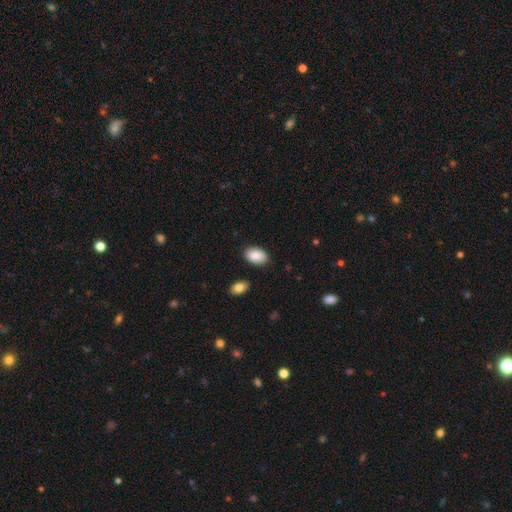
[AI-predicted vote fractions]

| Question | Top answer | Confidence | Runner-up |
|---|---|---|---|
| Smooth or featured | smooth | 87% | star or artifact (7%) |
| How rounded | in between | 92% | round (7%) |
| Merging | none | 85% | minor disturbance (11%) |